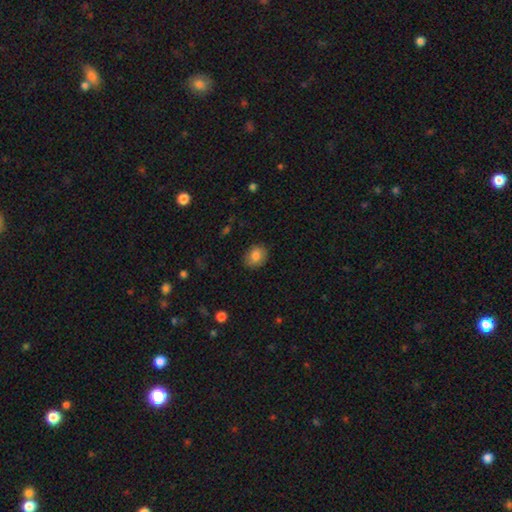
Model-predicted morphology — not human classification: smooth 84%, star or artifact 8%, featured or disk 8%. Down the decision tree: how rounded — round (52%); merging — none (86%).